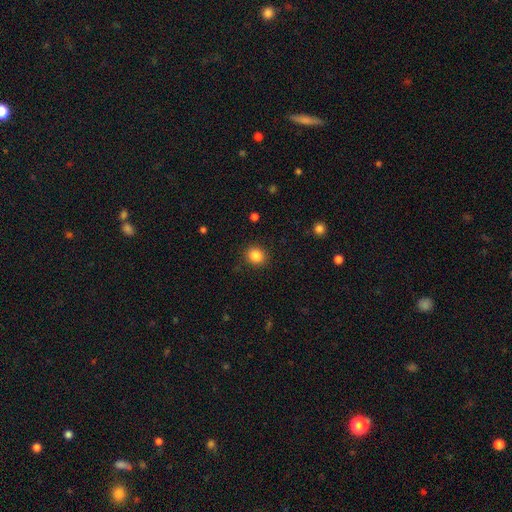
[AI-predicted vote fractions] A smooth galaxy with no disk features (85%) that is round (75%). Merging: none (90%).